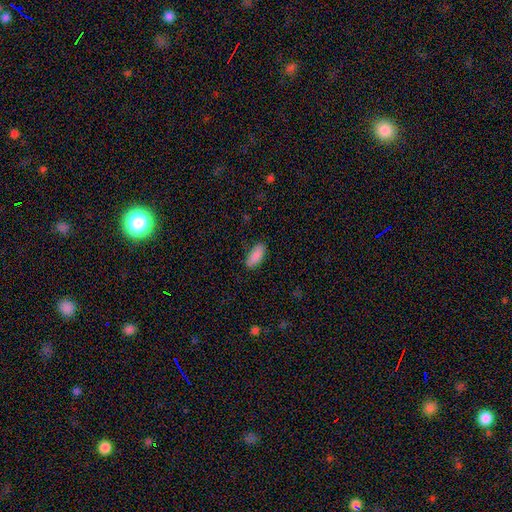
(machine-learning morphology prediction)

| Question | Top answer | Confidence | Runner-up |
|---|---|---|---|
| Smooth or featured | smooth | 90% | star or artifact (7%) |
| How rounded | in between | 87% | cigar-shaped (11%) |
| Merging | none | 86% | minor disturbance (11%) |